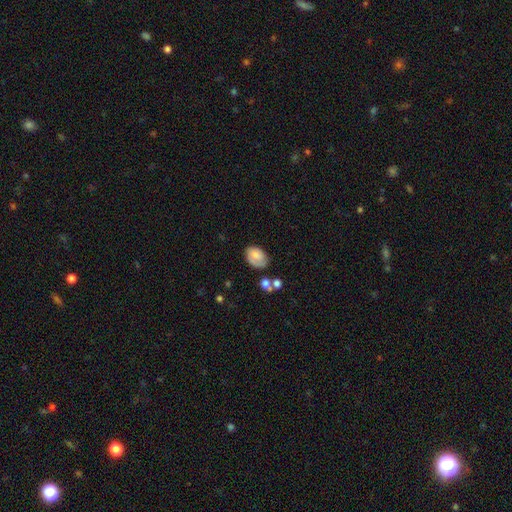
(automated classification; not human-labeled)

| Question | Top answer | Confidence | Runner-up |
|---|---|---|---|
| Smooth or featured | smooth | 62% | featured or disk (30%) |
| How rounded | in between | 83% | round (16%) |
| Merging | none | 54% | minor disturbance (27%) |